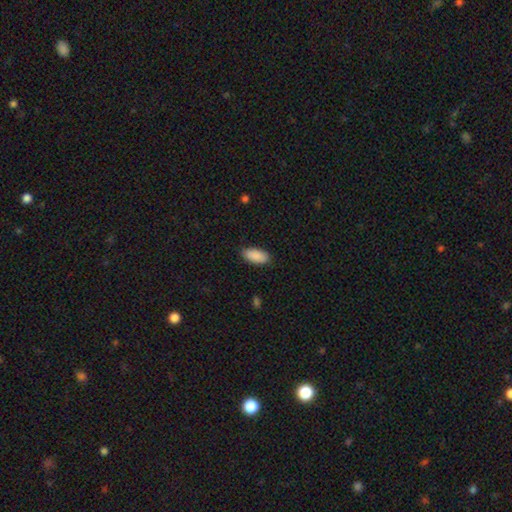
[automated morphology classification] Q: Smooth or featured?
A: smooth (90%); runner-up: star or artifact (6%)
Q: How rounded?
A: in between (92%); runner-up: cigar-shaped (6%)
Q: Merging?
A: none (85%); runner-up: minor disturbance (12%)